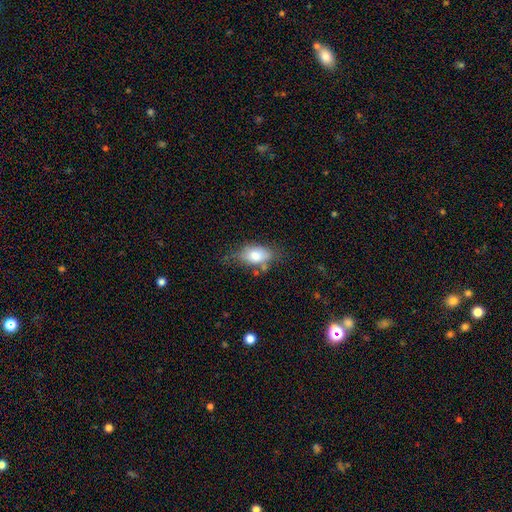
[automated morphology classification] Smooth or featured: smooth — 79% (featured or disk — 14%)
How rounded: in between — 89% (round — 7%)
Merging: none — 54% (minor disturbance — 29%)